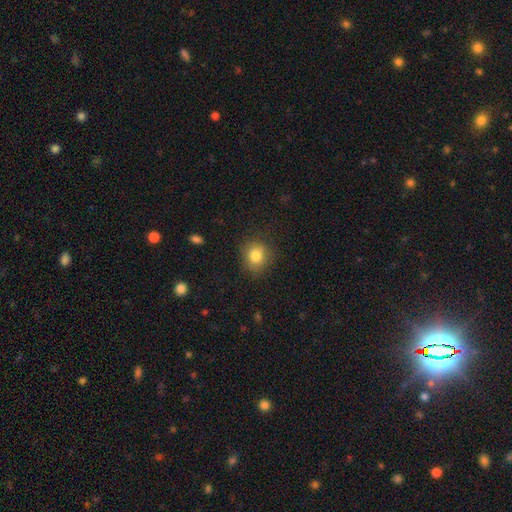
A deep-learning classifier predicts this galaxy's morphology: smooth 82%, star or artifact 11%, featured or disk 7%. Down the decision tree: how rounded — round (78%); merging — none (83%).